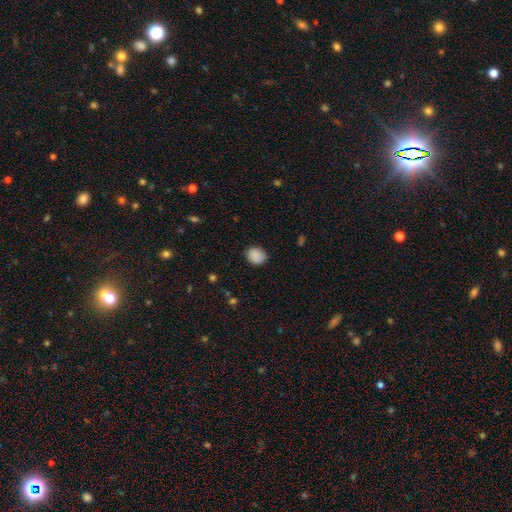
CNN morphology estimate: A smooth galaxy with no disk features (89%) that is round (64%). Merging: none (83%).